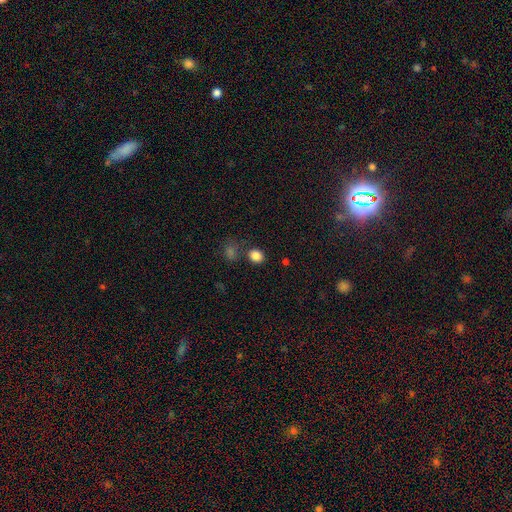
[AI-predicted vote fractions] Smooth or featured?
  - smooth: 84% *
  - star or artifact: 12%
  - featured or disk: 4%
How rounded?
  - round: 67% *
  - in between: 32%
  - cigar-shaped: 1%
Merging?
  - none: 76% *
  - minor disturbance: 10%
  - merger: 10%
  - major disturbance: 4%